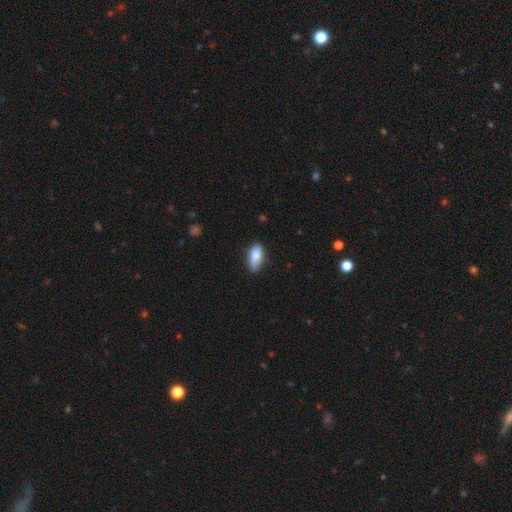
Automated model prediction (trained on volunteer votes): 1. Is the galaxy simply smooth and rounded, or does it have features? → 83% smooth, 11% featured or disk, 6% star or artifact.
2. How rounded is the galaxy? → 87% in between, 10% cigar-shaped, 3% round.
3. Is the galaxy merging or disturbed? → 76% none, 20% minor disturbance, 3% major disturbance, 1% merger.